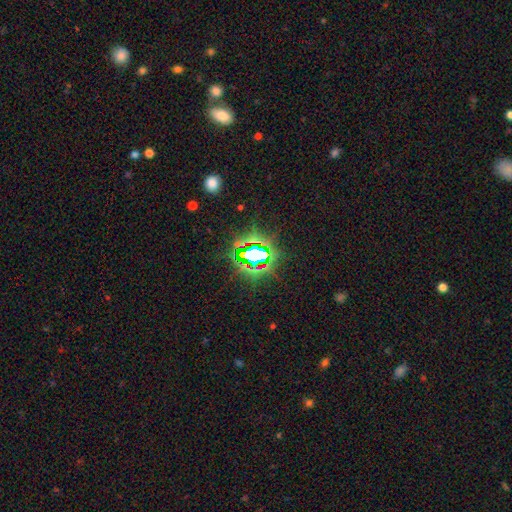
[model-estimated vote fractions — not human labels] Overall: star or artifact (76%).